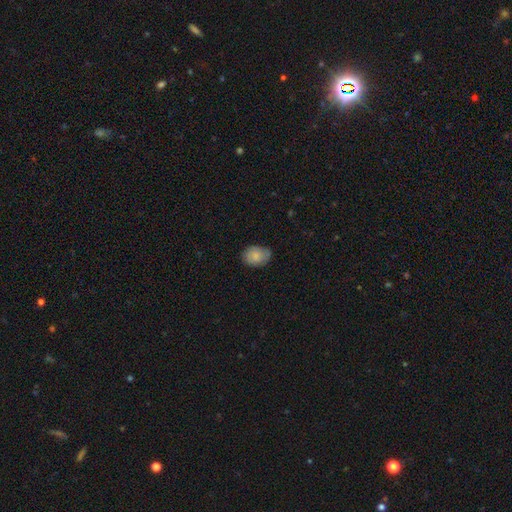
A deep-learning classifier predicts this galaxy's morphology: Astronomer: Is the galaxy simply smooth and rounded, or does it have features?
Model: smooth — 77%.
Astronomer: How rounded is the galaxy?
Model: in between — 70%.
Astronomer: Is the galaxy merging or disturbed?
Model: none — 68%.